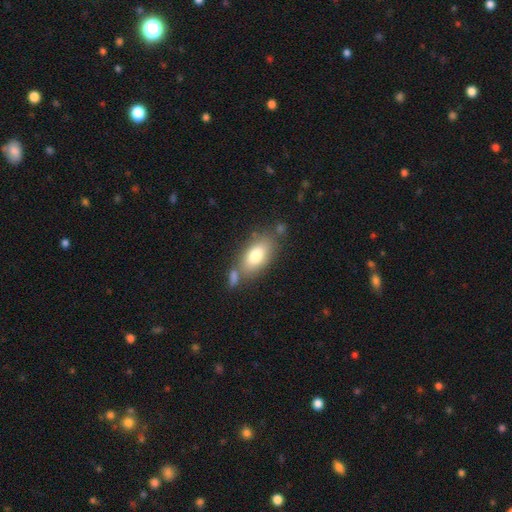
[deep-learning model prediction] smooth_or_featured: smooth (p=0.78) [alt: featured or disk p=0.15]
how_rounded: in between (p=0.90) [alt: cigar-shaped p=0.05]
merging: none (p=0.63) [alt: merger p=0.17]